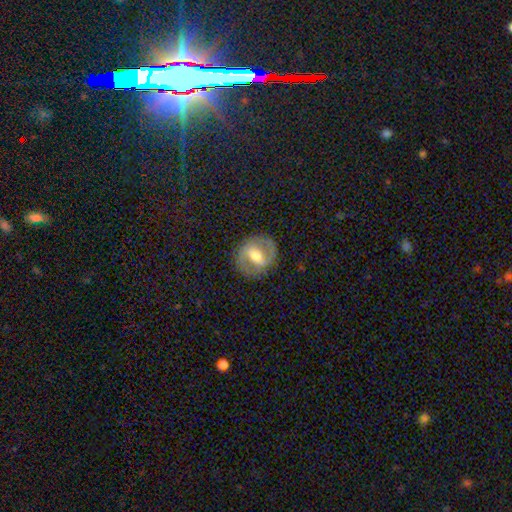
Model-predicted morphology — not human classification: featured or disk 70%, smooth 24%, star or artifact 7%. Down the decision tree: edge-on disk — no (94%); bar — strong (46%); spiral arms — yes (69%); bulge size — moderate (66%); merging — none (82%).